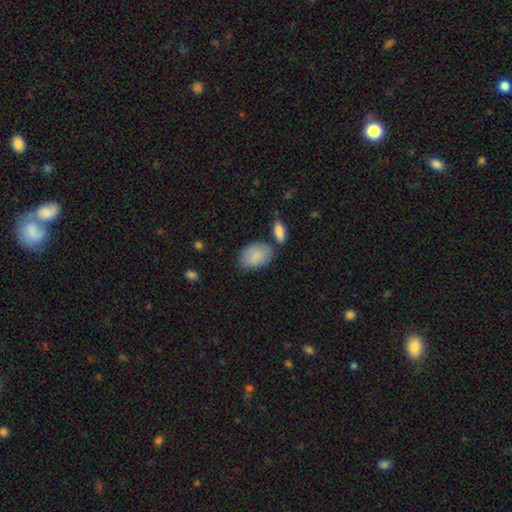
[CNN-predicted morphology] A smooth galaxy with no disk features (85%) that is in between round and cigar-shaped (89%). Merging: none (64%).